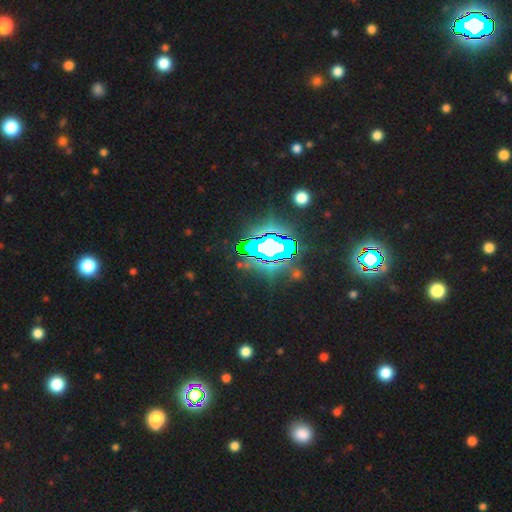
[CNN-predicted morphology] The model was most divided on "smooth or featured": star or artifact: 68%, featured or disk: 19%, smooth: 13%.